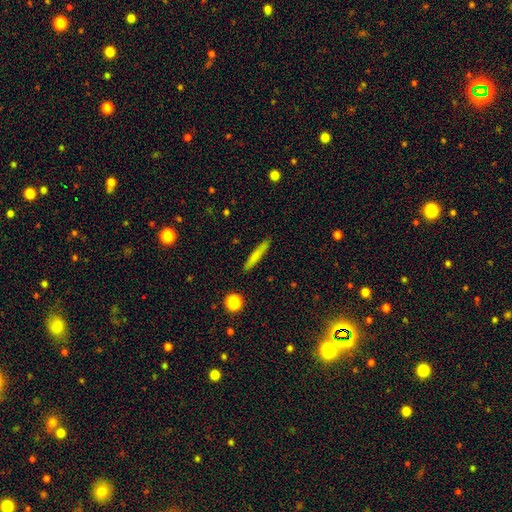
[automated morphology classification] Overall: smooth (72%). How rounded: cigar-shaped (94%). Merging: none (89%).